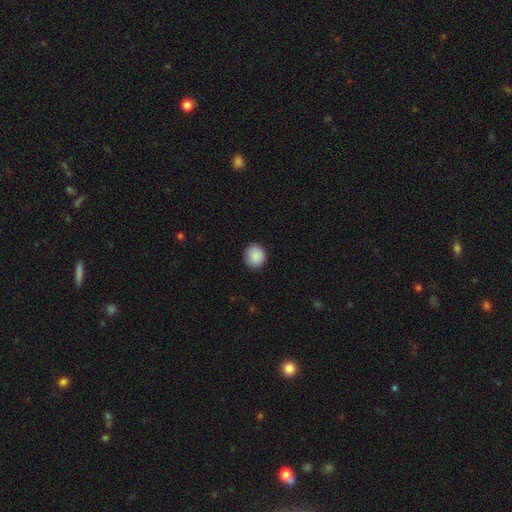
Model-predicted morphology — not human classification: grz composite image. It shows a smooth galaxy with no disk features (90%) that is round (87%). Merging: none (89%).